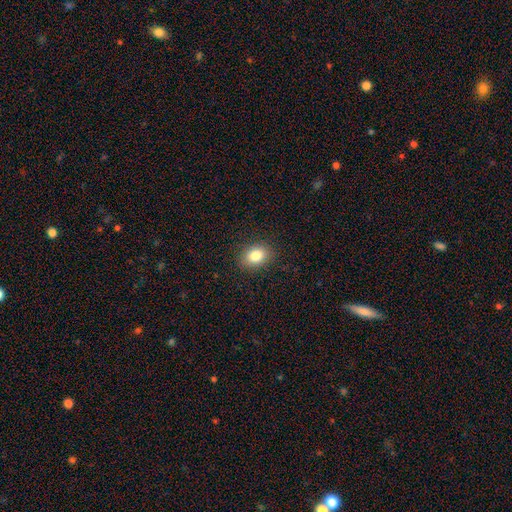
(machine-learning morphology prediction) Smooth or featured? smooth (83%)
How rounded? in between (70%)
Merging? none (88%)